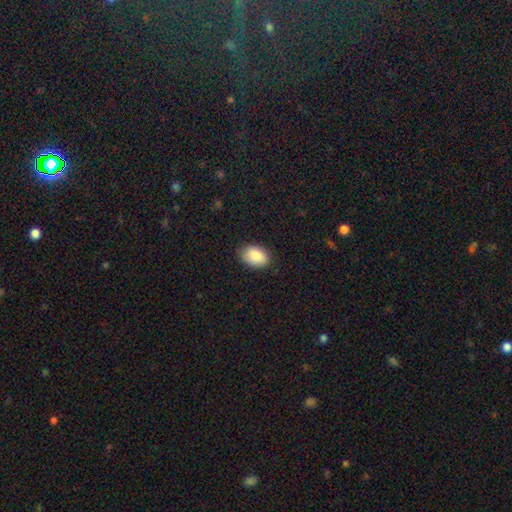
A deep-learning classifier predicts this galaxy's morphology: Smooth or featured?
  - smooth: 88% *
  - star or artifact: 7%
  - featured or disk: 5%
How rounded?
  - in between: 86% *
  - round: 13%
  - cigar-shaped: 1%
Merging?
  - none: 86% *
  - minor disturbance: 11%
  - major disturbance: 2%
  - merger: 1%